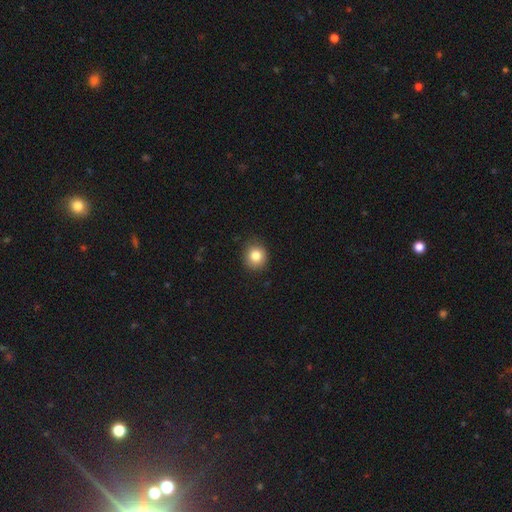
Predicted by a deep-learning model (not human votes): smooth 83%, star or artifact 10%, featured or disk 7%. Down the decision tree: how rounded — round (85%); merging — none (87%).